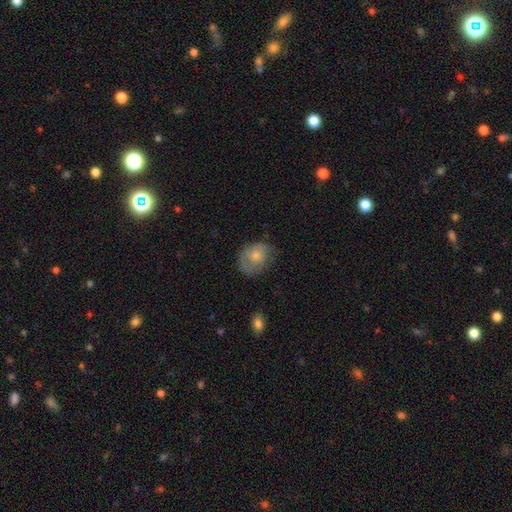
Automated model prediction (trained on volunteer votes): smooth 57%, featured or disk 36%, star or artifact 8%. Down the decision tree: how rounded — round (54%); merging — none (52%).